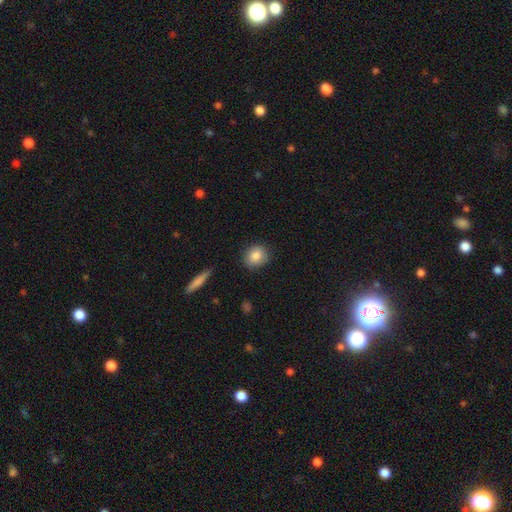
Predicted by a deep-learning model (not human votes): Morphology: type=smooth (84%); roundness=round (75%); merging=none (86%).